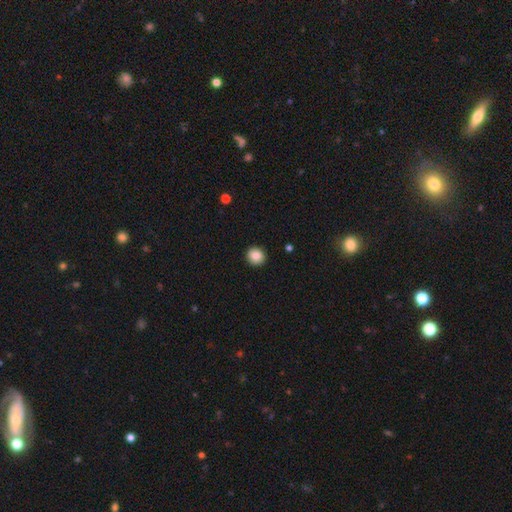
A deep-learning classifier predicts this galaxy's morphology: smooth-or-featured: smooth: 87% | star or artifact: 9% | featured or disk: 4%
  how-rounded: round: 91% | in between: 8% | cigar-shaped: 1%
  merging: none: 93% | minor disturbance: 5% | major disturbance: 2% | merger: 1%